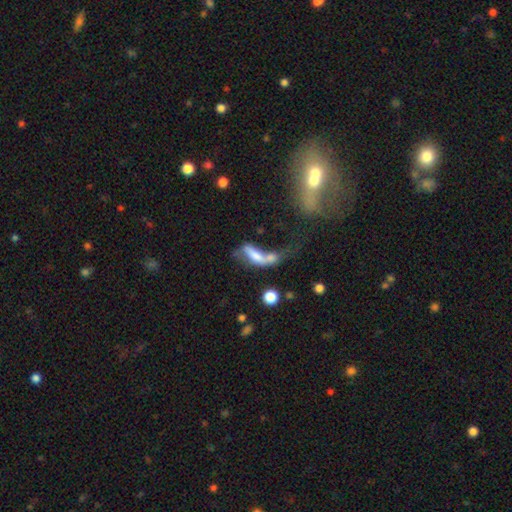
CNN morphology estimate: This appears to be a smooth galaxy with no disk features (52%) that is in between round and cigar-shaped (51%). Merging: merger (49%).